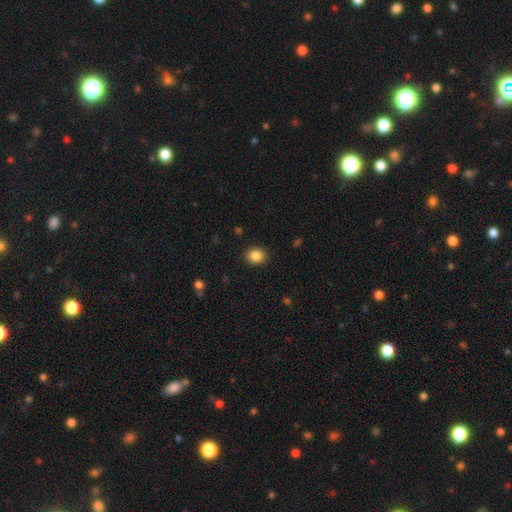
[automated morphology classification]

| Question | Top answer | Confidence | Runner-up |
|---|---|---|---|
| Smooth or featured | smooth | 86% | star or artifact (9%) |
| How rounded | round | 67% | in between (32%) |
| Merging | none | 90% | minor disturbance (7%) |